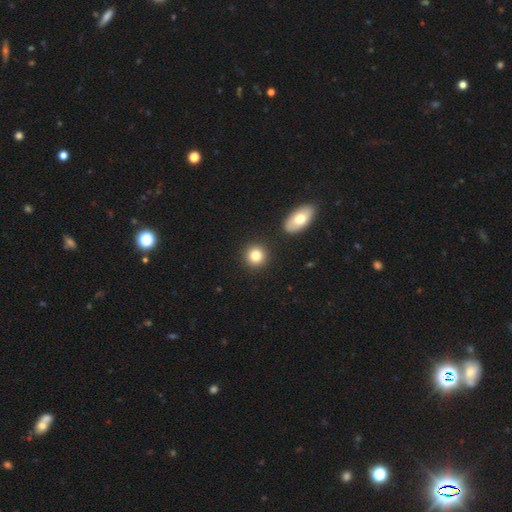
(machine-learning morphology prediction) This is clearly a smooth galaxy (81%). How rounded: clearly round (89%). Merging: clearly none (88%).